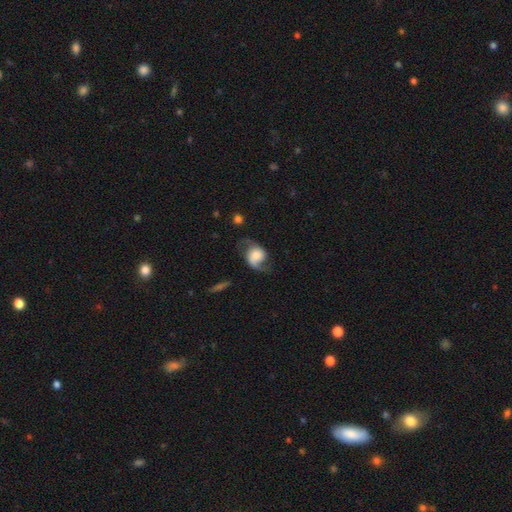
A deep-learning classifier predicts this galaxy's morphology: A featured or disk galaxy (70%) with no bar (70%), 2 (85%) loose (63%) spiral arms (93%) and a large central bulge (32%).

Vote fractions:
- Smooth or featured? featured or disk: 70% / smooth: 23% / star or artifact: 7%
- Edge-on disk? no: 97% / yes: 3%
- Bar? no: 70% / weak: 24% / strong: 7%
- Spiral arms? yes: 93% / no: 7%
- Spiral winding? loose: 63% / medium: 29% / tight: 8%
- Spiral arm count? 2: 85% / 1: 9% / can't tell: 3% / 3: 1% / 4: 1% / more than 4: 1%
- Bulge size? large: 32% / moderate: 28% / small: 18% / dominant: 15% / none: 8%
- Merging? none: 60% / minor disturbance: 22% / major disturbance: 16% / merger: 2%